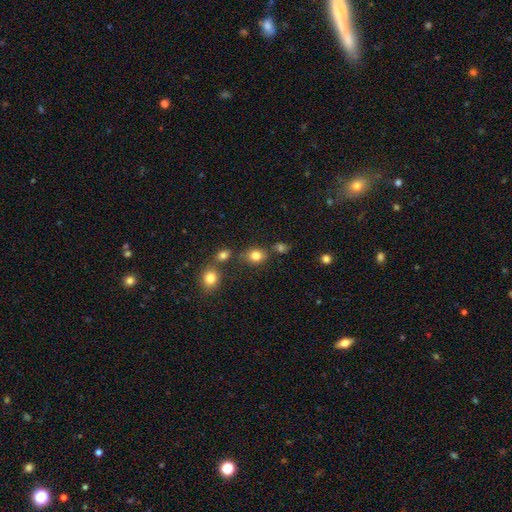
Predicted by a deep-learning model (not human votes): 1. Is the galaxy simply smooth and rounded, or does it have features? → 82% smooth, 12% star or artifact, 6% featured or disk.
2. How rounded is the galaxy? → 63% round, 36% in between, 1% cigar-shaped.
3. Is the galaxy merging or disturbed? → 73% none, 13% minor disturbance, 10% merger, 4% major disturbance.